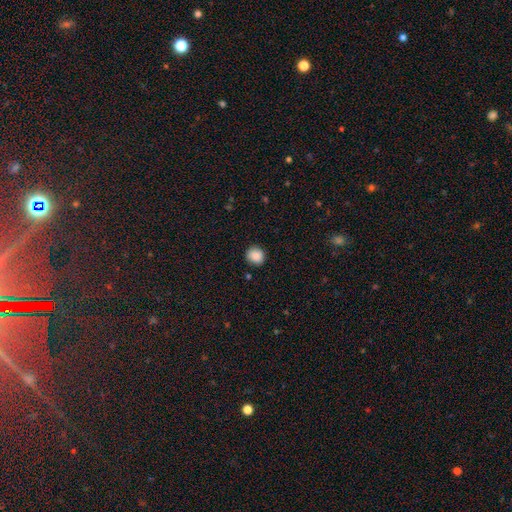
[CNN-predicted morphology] A smooth galaxy with no disk features (89%) that is round (85%). Merging: none (87%).